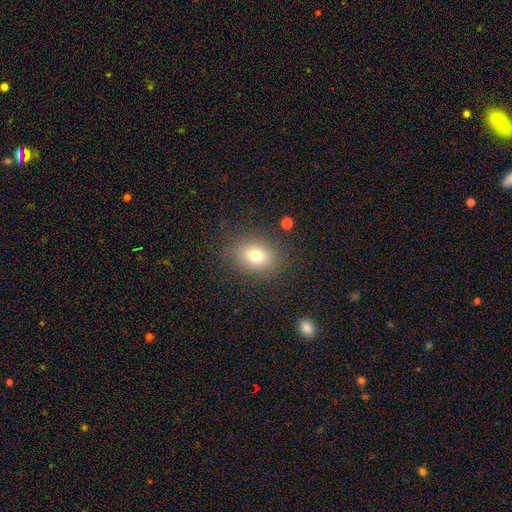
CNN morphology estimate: type=smooth (75%); roundness=in between (54%); merging=none (83%).